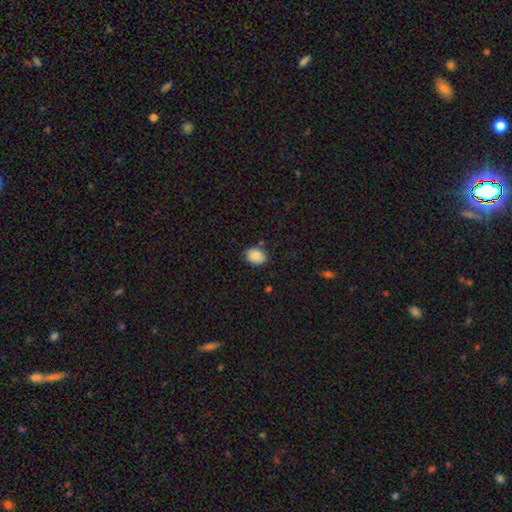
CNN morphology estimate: smooth 87%, star or artifact 8%, featured or disk 5%. Down the decision tree: how rounded — in between (63%); merging — none (81%).